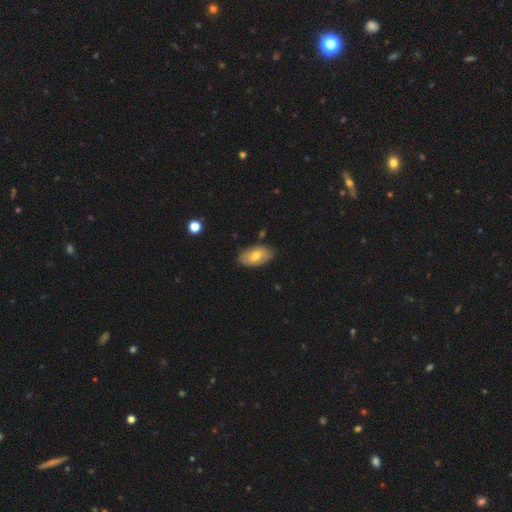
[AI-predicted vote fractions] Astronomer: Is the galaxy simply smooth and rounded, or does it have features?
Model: smooth — 64%.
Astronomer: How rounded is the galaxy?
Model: in between — 93%.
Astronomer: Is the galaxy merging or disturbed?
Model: none — 80%.